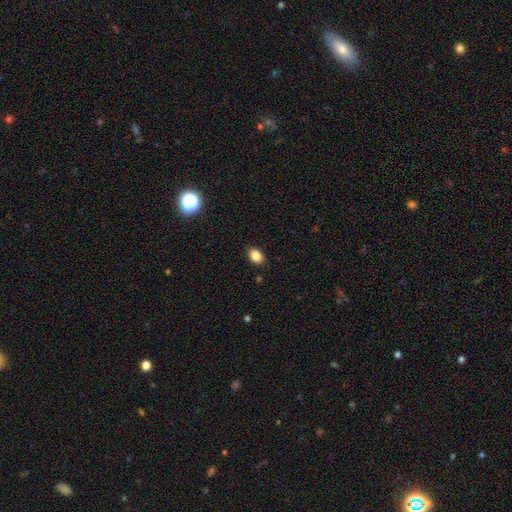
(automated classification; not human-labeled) This is clearly a smooth galaxy (86%). How rounded: clearly in between (83%). Merging: clearly none (88%).